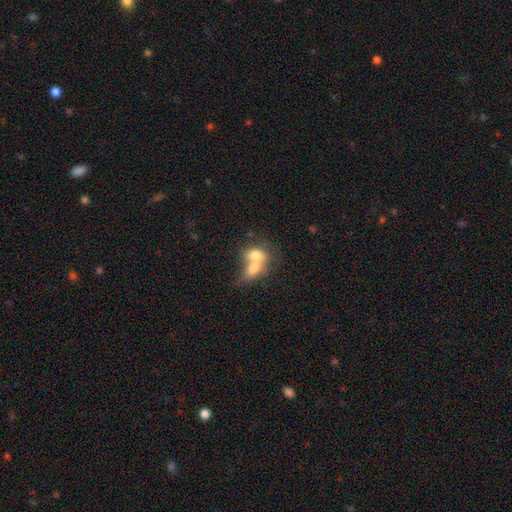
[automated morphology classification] Q: Smooth or featured?
A: smooth (71%); runner-up: featured or disk (21%)
Q: How rounded?
A: in between (72%); runner-up: round (25%)
Q: Merging?
A: merger (76%); runner-up: none (14%)